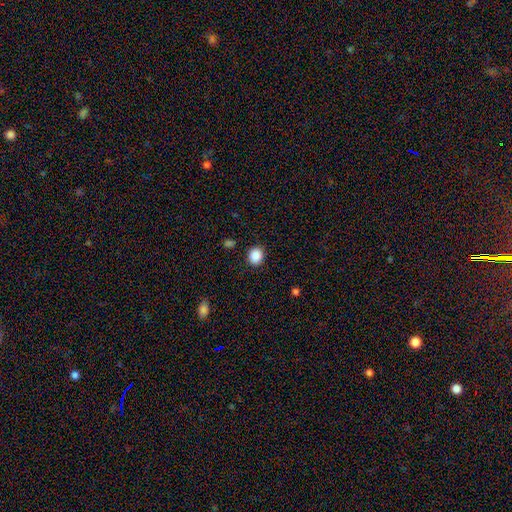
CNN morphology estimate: This is clearly a smooth galaxy (88%). How rounded: likely round (79%). Merging: clearly none (89%).